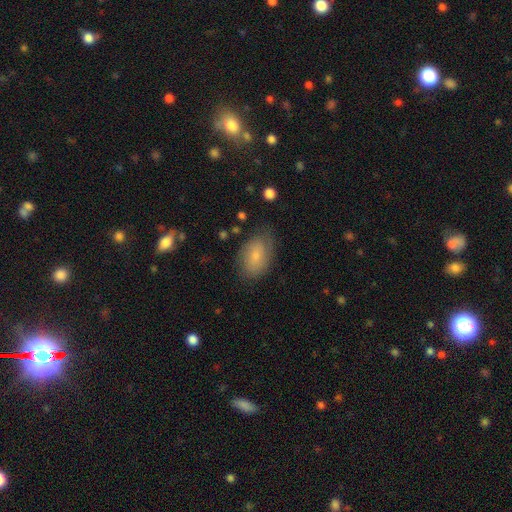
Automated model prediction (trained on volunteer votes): smooth-or-featured: smooth: 71% | featured or disk: 21% | star or artifact: 8%
  how-rounded: in between: 88% | round: 10% | cigar-shaped: 2%
  merging: none: 72% | minor disturbance: 20% | major disturbance: 6% | merger: 1%